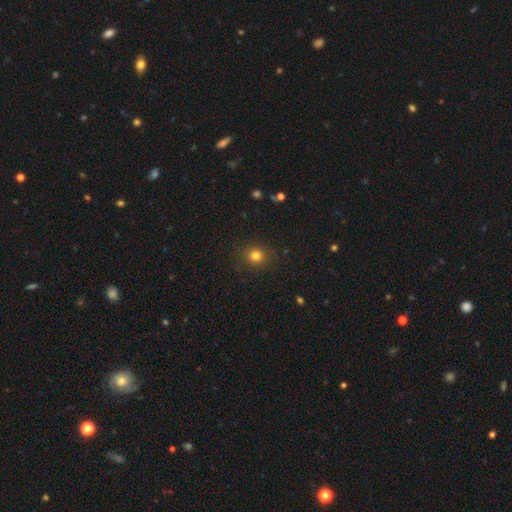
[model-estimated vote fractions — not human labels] Q: Smooth or featured?
A: smooth (80%); runner-up: star or artifact (14%)
Q: How rounded?
A: round (84%); runner-up: in between (15%)
Q: Merging?
A: none (88%); runner-up: minor disturbance (8%)